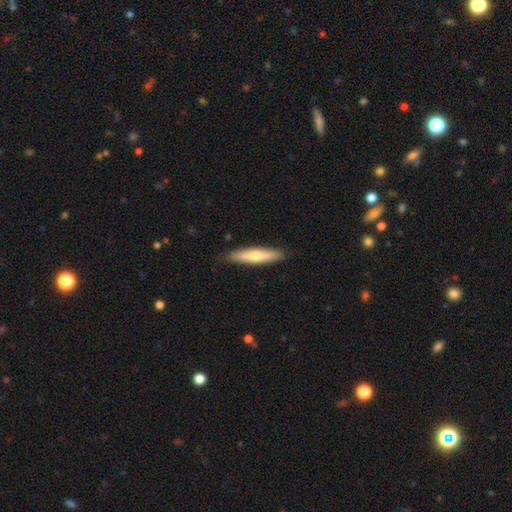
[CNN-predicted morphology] Q: Smooth or featured?
A: smooth (60%); runner-up: featured or disk (35%)
Q: How rounded?
A: cigar-shaped (82%); runner-up: in between (16%)
Q: Merging?
A: none (87%); runner-up: minor disturbance (10%)